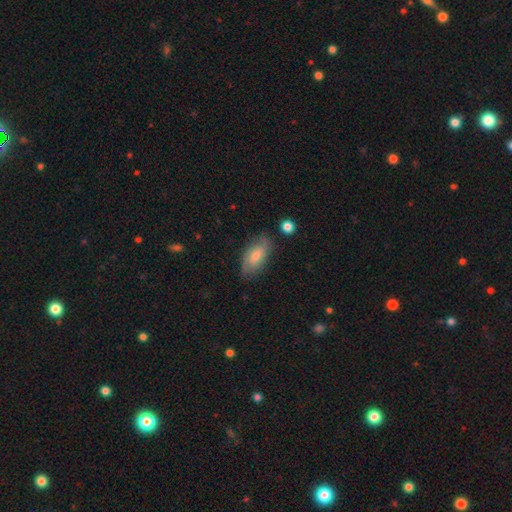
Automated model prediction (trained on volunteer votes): Overall: smooth (61%; featured or disk 31%). How rounded: in between (87%). Merging: none (75%).